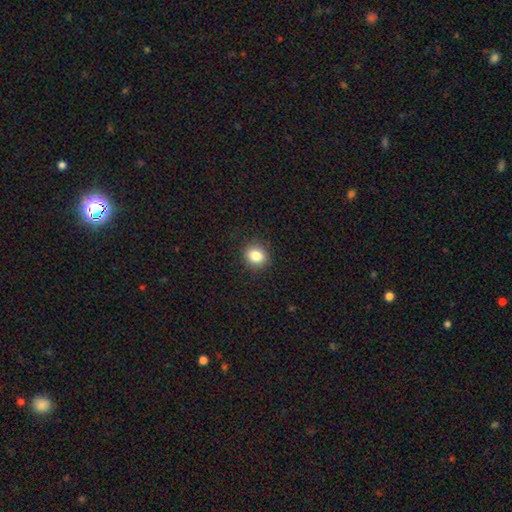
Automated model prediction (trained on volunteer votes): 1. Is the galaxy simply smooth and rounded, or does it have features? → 84% smooth, 11% star or artifact, 5% featured or disk.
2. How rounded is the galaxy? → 79% round, 20% in between, 1% cigar-shaped.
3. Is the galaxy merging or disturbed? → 90% none, 7% minor disturbance, 2% major disturbance, 1% merger.